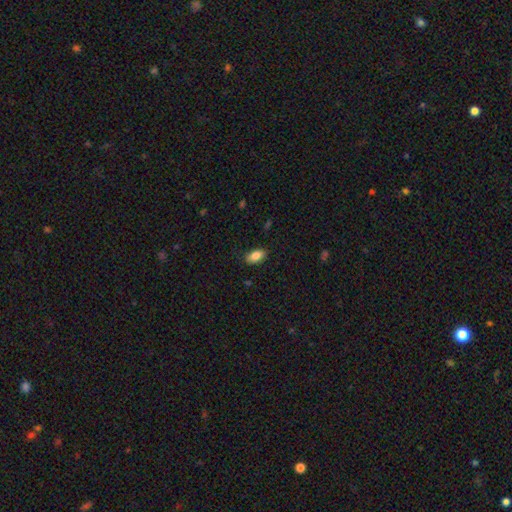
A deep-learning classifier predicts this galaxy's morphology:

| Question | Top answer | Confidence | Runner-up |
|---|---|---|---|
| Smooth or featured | smooth | 86% | star or artifact (8%) |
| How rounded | in between | 92% | round (5%) |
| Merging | none | 86% | minor disturbance (10%) |